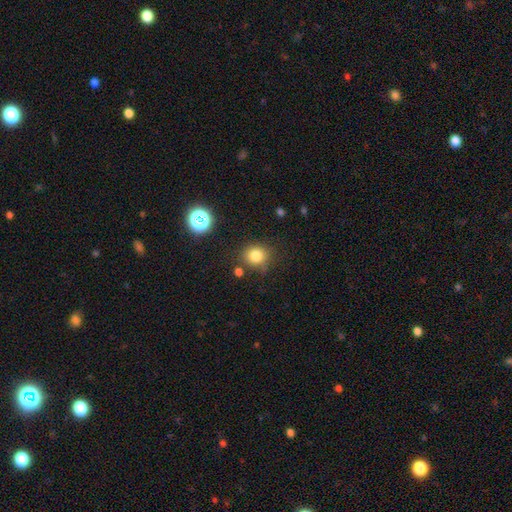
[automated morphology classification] A smooth galaxy with no disk features (80%) that is round (83%). Merging: none (77%).